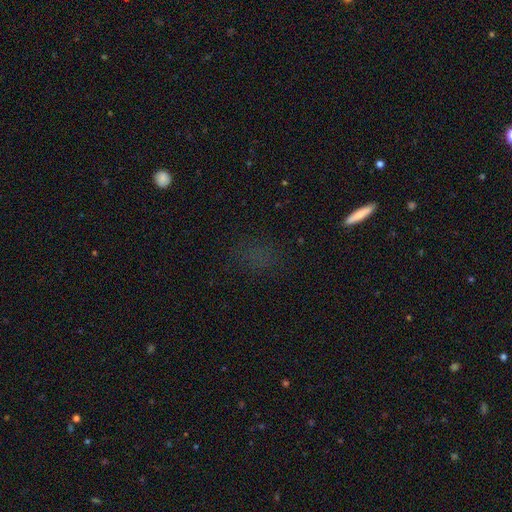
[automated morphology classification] type=smooth (51%); roundness=in between (46%); merging=none (77%).